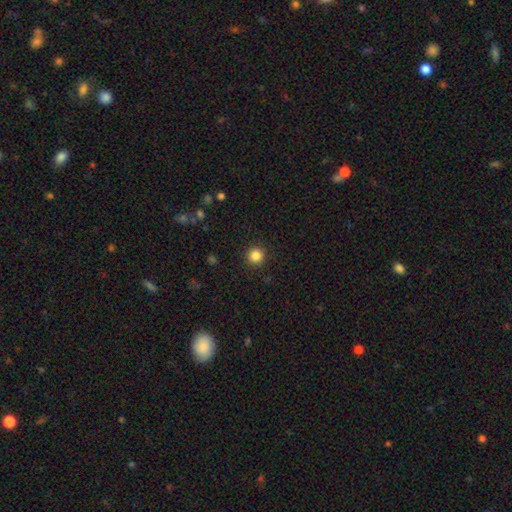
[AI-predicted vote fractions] A smooth galaxy with no disk features (85%) that is round (96%).

Vote fractions:
- Smooth or featured? smooth: 85% / star or artifact: 12% / featured or disk: 4%
- How rounded? round: 96% / in between: 4% / cigar-shaped: 1%
- Merging? none: 92% / minor disturbance: 5% / major disturbance: 2% / merger: 1%